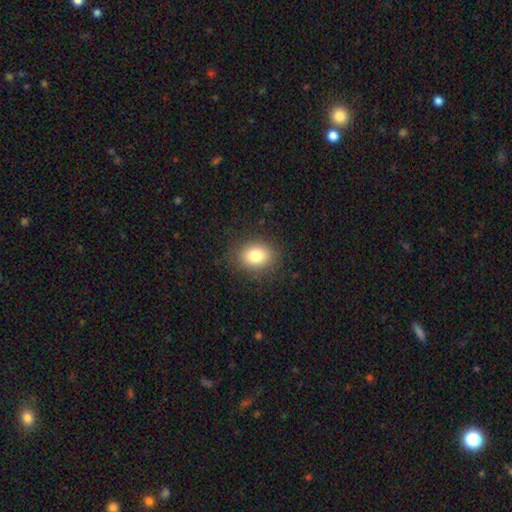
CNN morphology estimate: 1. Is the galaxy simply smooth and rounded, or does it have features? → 82% smooth, 10% star or artifact, 9% featured or disk.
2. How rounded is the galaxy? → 56% in between, 43% round, 1% cigar-shaped.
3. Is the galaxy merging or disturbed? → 86% none, 10% minor disturbance, 4% major disturbance, 1% merger.